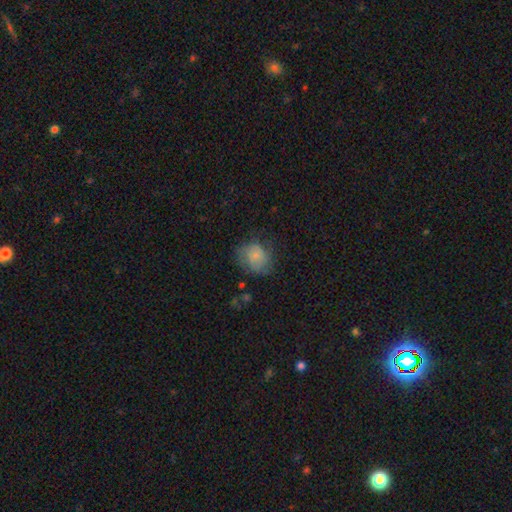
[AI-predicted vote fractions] A smooth galaxy with no disk features (73%) that is round (65%).

Vote fractions:
- Smooth or featured? smooth: 73% / featured or disk: 18% / star or artifact: 9%
- How rounded? round: 65% / in between: 35% / cigar-shaped: 1%
- Merging? none: 55% / minor disturbance: 28% / major disturbance: 15% / merger: 2%